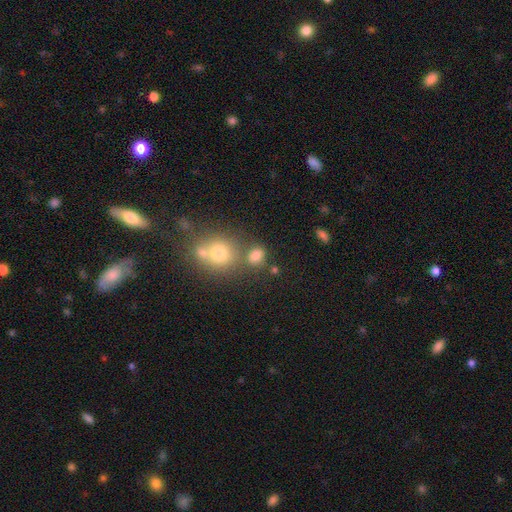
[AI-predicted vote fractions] Q: Smooth or featured?
A: smooth (77%); runner-up: star or artifact (15%)
Q: How rounded?
A: in between (56%); runner-up: round (42%)
Q: Merging?
A: none (61%); runner-up: merger (21%)